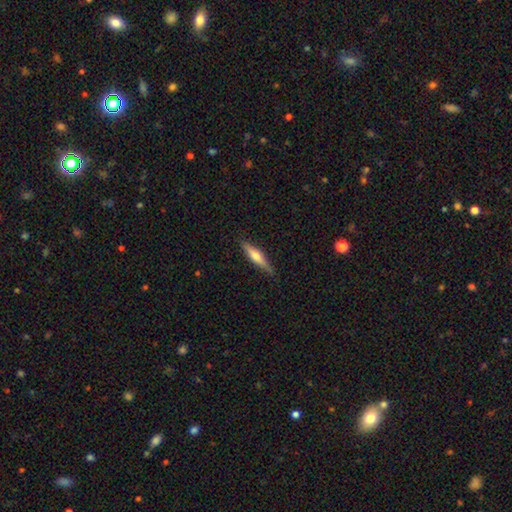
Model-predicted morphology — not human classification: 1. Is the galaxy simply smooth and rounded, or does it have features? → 51% featured or disk, 43% smooth, 6% star or artifact.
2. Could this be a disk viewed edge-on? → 94% yes, 6% no.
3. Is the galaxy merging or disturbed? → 87% none, 9% minor disturbance, 2% major disturbance, 1% merger.